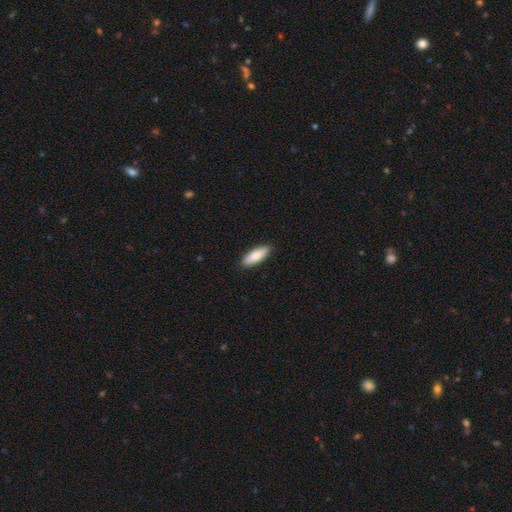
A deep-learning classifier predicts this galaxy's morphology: The model was most divided on "how rounded": in between: 58%, cigar-shaped: 40%, round: 2%. More confident: merging — none (89%); smooth or featured — smooth (83%).